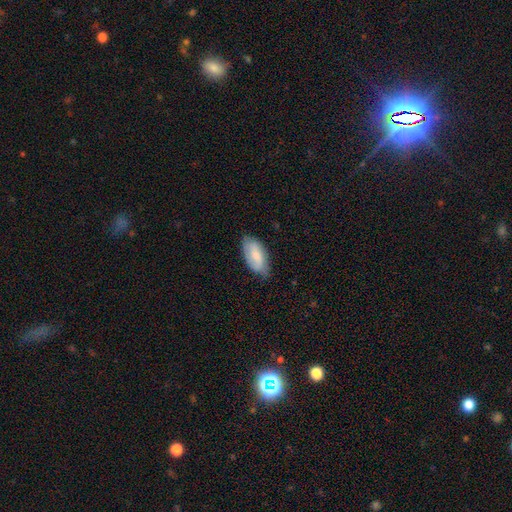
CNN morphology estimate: A smooth galaxy with no disk features (63%) that is in between round and cigar-shaped (93%). Merging: none (67%).